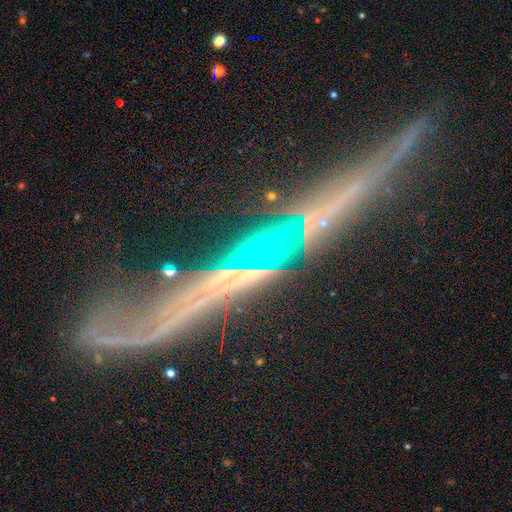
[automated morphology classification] Smooth or featured?
  - featured or disk: 69% *
  - star or artifact: 16%
  - smooth: 15%
Edge-on disk?
  - yes: 81% *
  - no: 19%
Edge-on bulge?
  - none: 77% *
  - rounded: 15%
  - boxy: 8%
Merging?
  - none: 48% *
  - minor disturbance: 19%
  - major disturbance: 17%
  - merger: 16%